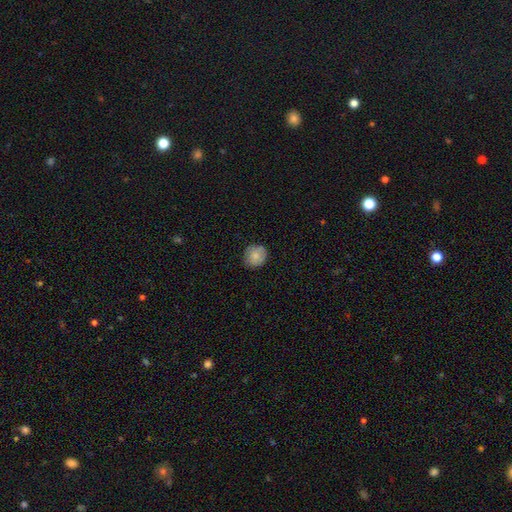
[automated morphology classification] Overall: smooth (81%). How rounded: round (86%). Merging: none (80%).